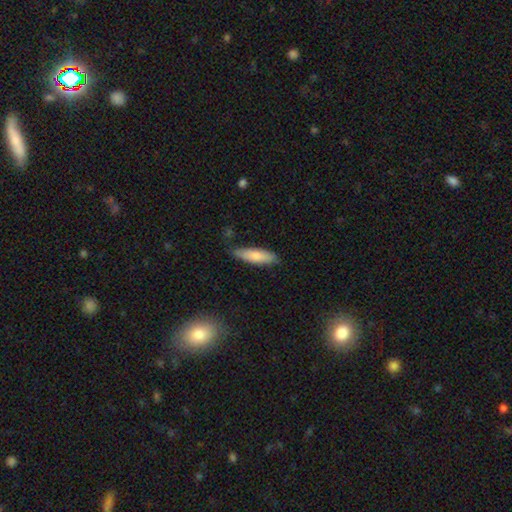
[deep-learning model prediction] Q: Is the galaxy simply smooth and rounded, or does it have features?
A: smooth — 80%.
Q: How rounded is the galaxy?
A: cigar-shaped — 52%.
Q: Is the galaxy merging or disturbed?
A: none — 75%.